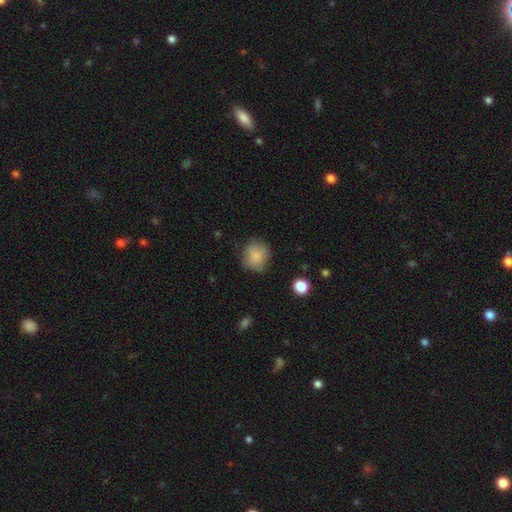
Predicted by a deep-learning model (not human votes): Q: Smooth or featured?
A: smooth (83%); runner-up: featured or disk (9%)
Q: How rounded?
A: round (82%); runner-up: in between (17%)
Q: Merging?
A: none (69%); runner-up: minor disturbance (23%)